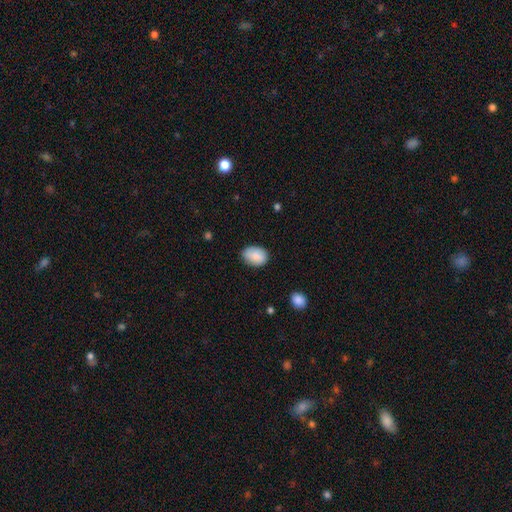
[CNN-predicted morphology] Overall: smooth (88%). How rounded: in between (82%). Merging: none (81%).